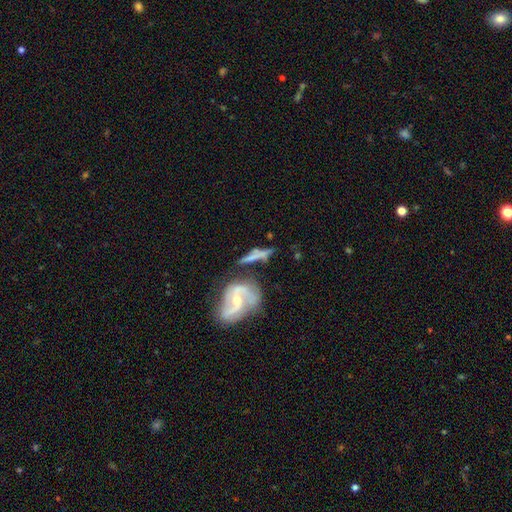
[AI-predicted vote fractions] Smooth or featured: featured or disk — 55% (smooth — 35%)
Edge-on disk: no — 62% (yes — 38%)
Merging: none — 36% (merger — 30%)